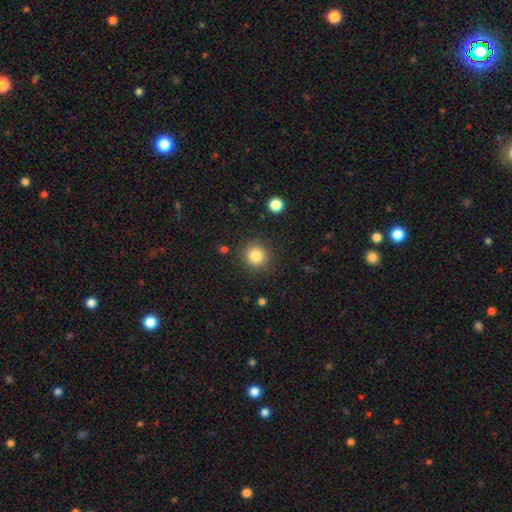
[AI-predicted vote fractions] smooth-or-featured: smooth: 84% | star or artifact: 11% | featured or disk: 6%
  how-rounded: round: 92% | in between: 7% | cigar-shaped: 1%
  merging: none: 88% | minor disturbance: 8% | major disturbance: 3% | merger: 2%